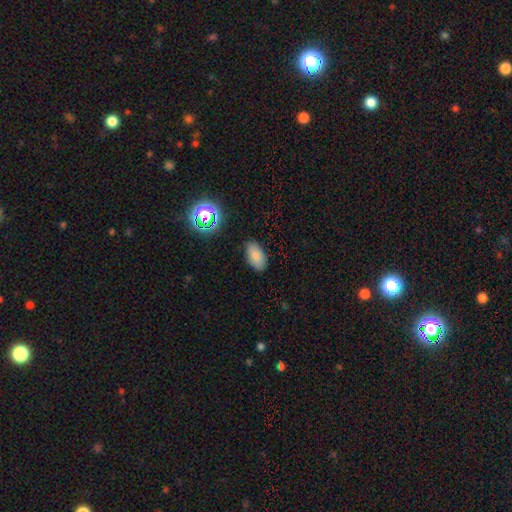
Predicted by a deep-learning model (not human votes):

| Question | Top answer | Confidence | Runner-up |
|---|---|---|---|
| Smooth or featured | smooth | 81% | star or artifact (12%) |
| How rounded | in between | 93% | round (4%) |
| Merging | none | 85% | minor disturbance (11%) |